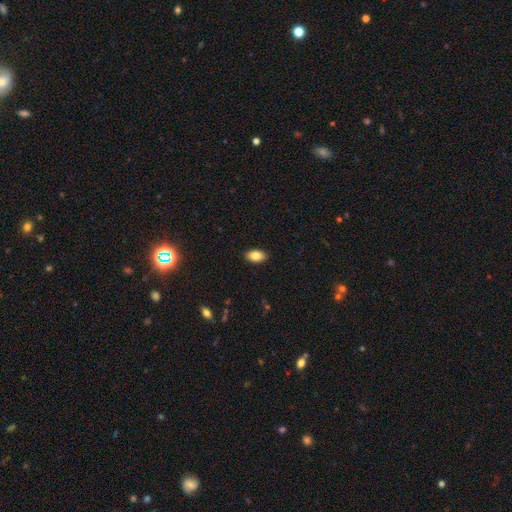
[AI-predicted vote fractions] Q: Smooth or featured?
A: smooth (84%); runner-up: featured or disk (8%)
Q: How rounded?
A: in between (92%); runner-up: round (6%)
Q: Merging?
A: none (89%); runner-up: minor disturbance (8%)